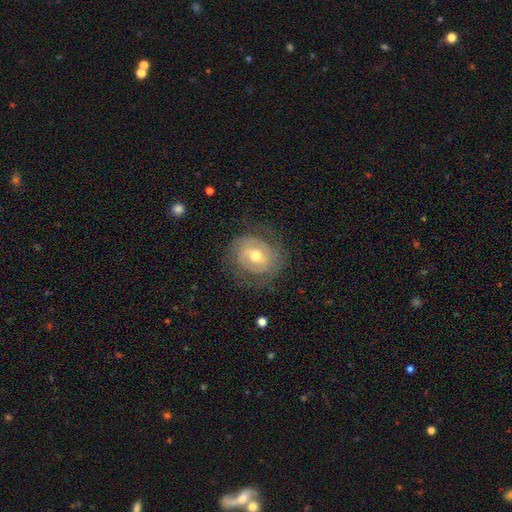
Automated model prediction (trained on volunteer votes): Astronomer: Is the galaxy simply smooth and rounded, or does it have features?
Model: featured or disk — 67%.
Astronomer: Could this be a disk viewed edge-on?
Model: no — 96%.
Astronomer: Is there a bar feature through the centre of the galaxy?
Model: weak — 44% (runner-up: no, 35%).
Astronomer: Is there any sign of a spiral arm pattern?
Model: yes — 65%.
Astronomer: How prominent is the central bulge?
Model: moderate — 71%.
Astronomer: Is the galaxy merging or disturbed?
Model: none — 68%.